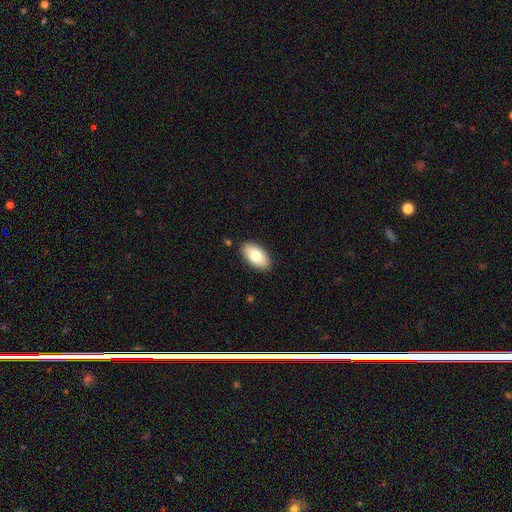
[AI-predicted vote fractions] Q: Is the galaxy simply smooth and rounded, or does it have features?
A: smooth — 77%.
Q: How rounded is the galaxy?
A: in between — 94%.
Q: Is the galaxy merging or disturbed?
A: none — 88%.